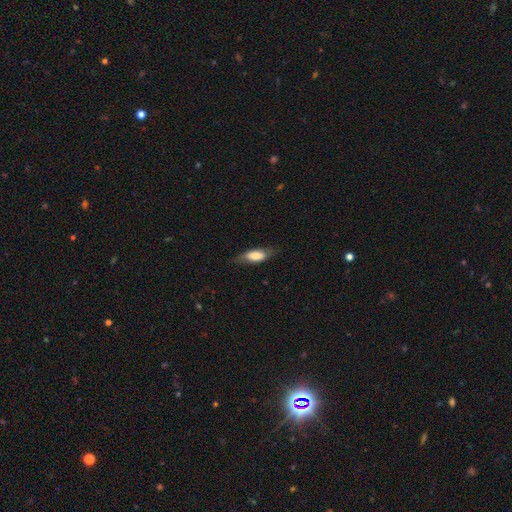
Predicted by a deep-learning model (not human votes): Smooth or featured? smooth (66%)
How rounded? in between (73%)
Merging? none (70%)